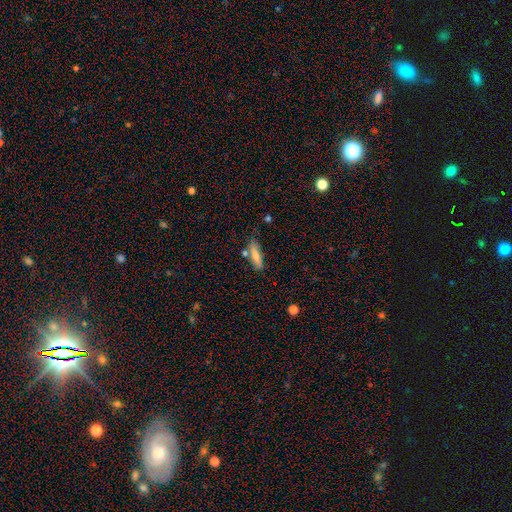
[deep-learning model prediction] smooth_or_featured: smooth (p=0.72) [alt: featured or disk p=0.21]
how_rounded: cigar-shaped (p=0.63) [alt: in between p=0.35]
merging: none (p=0.68) [alt: minor disturbance p=0.17]